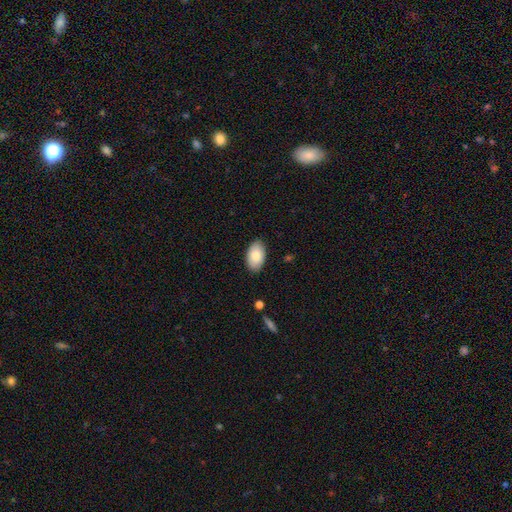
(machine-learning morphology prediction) smooth_or_featured: smooth (p=0.82) [alt: featured or disk p=0.11]
how_rounded: in between (p=0.94) [alt: round p=0.05]
merging: none (p=0.87) [alt: minor disturbance p=0.10]